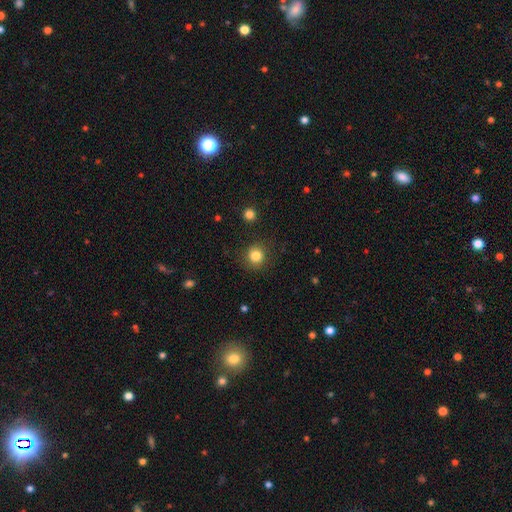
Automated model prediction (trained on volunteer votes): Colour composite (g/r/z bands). It shows a smooth galaxy with no disk features (83%) that is round (90%). Merging: none (88%).